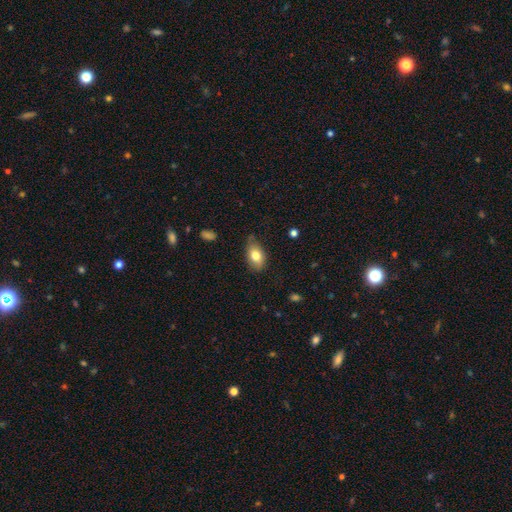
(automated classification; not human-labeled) smooth 78%, featured or disk 14%, star or artifact 8%. Down the decision tree: how rounded — in between (88%); merging — none (67%).